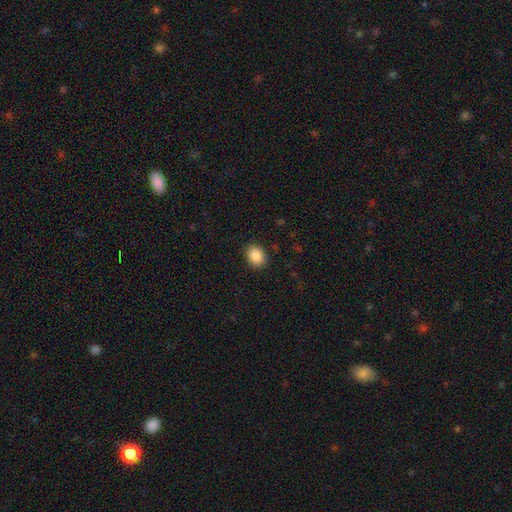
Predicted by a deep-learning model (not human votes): smooth 87%, star or artifact 9%, featured or disk 4%. Down the decision tree: how rounded — in between (54%); merging — none (90%).